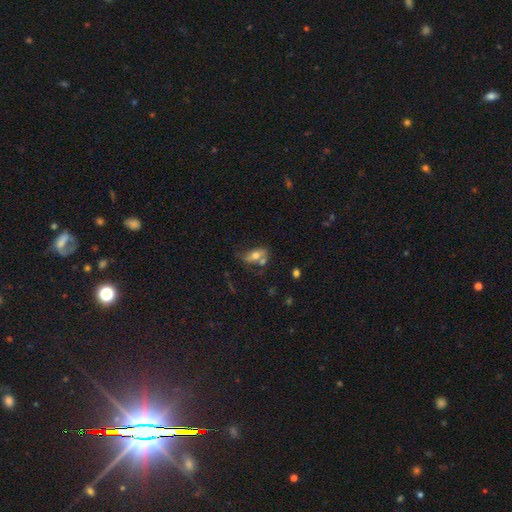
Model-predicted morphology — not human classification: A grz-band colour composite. It shows a smooth galaxy with no disk features (62%) that is in between round and cigar-shaped (85%). Merging: none (38%).